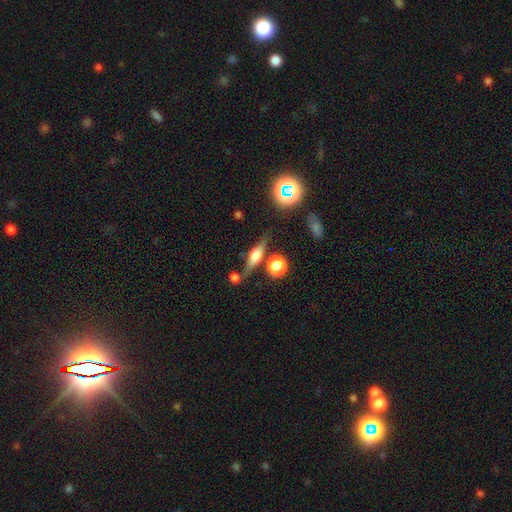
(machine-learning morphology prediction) featured or disk 68%, smooth 22%, star or artifact 10%. Down the decision tree: edge-on disk — yes (94%); edge-on bulge — rounded (88%); merging — none (73%).